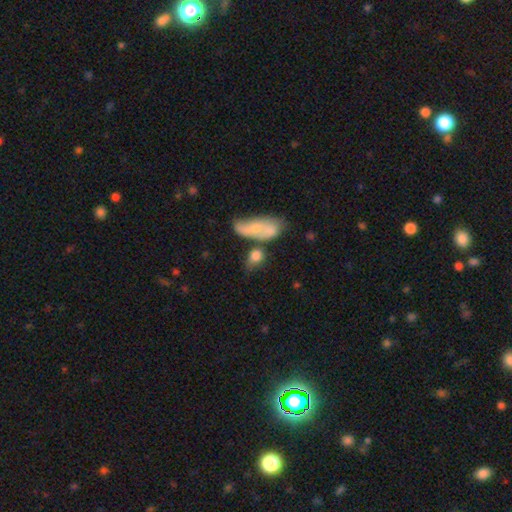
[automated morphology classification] A smooth galaxy with no disk features (77%) that is in between round and cigar-shaped (61%).

Vote fractions:
- Smooth or featured? smooth: 77% / featured or disk: 15% / star or artifact: 8%
- How rounded? in between: 61% / round: 33% / cigar-shaped: 6%
- Merging? none: 40% / merger: 32% / minor disturbance: 18% / major disturbance: 10%